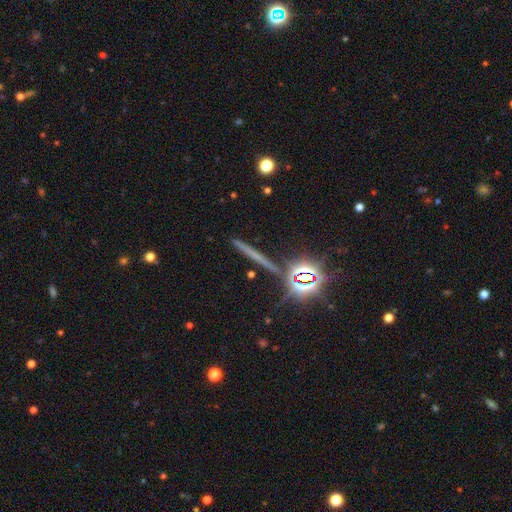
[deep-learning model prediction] The model was most divided on "smooth or featured": smooth: 34%, featured or disk: 33%, star or artifact: 33%. More confident: merging — none (88%).